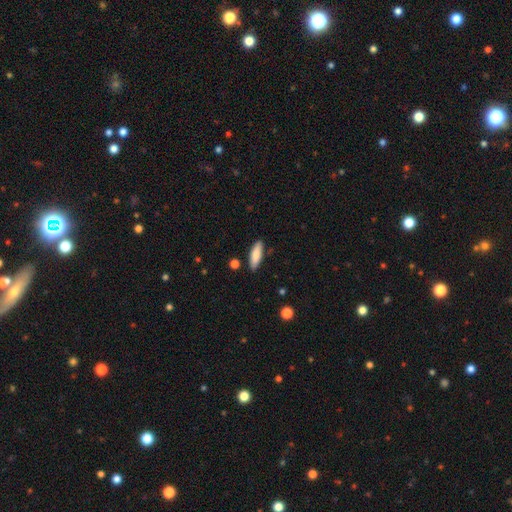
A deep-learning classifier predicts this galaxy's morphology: Smooth or featured? Predicted: smooth (p=0.83). How rounded? Predicted: in between (p=0.51). Merging? Predicted: none (p=0.85).